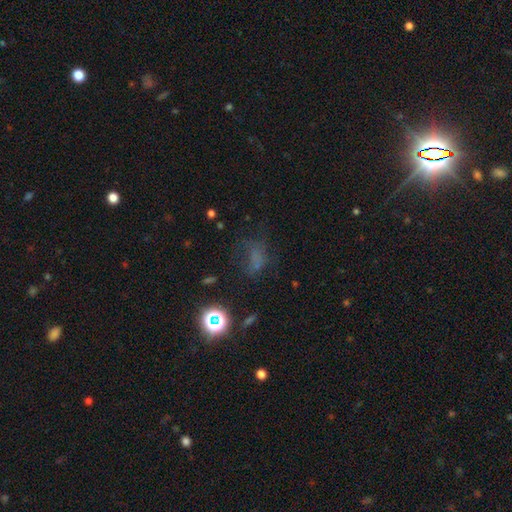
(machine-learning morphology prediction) The model was most divided on "smooth or featured": smooth: 41%, star or artifact: 37%, featured or disk: 22%. Remaining: merging — none (49%).